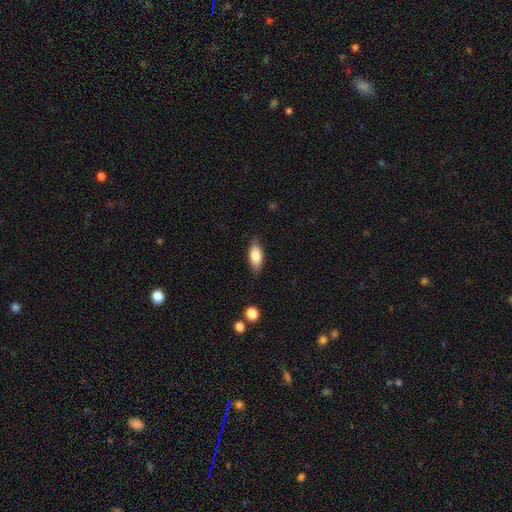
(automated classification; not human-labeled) Overall: smooth (78%). How rounded: in between (83%). Merging: none (80%).